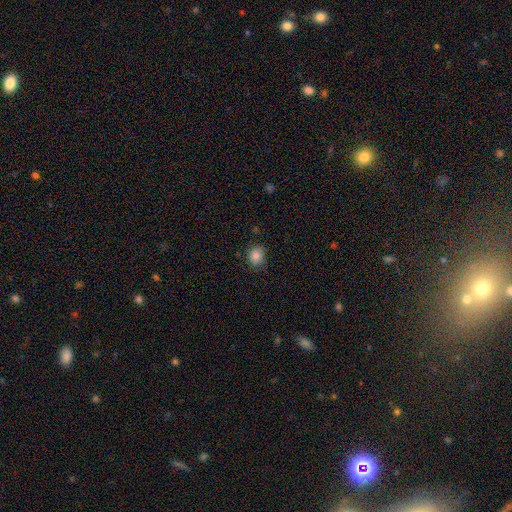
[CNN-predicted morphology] Smooth or featured?
  - smooth: 83% *
  - star or artifact: 11%
  - featured or disk: 6%
How rounded?
  - round: 74% *
  - in between: 25%
  - cigar-shaped: 1%
Merging?
  - none: 83% *
  - minor disturbance: 13%
  - major disturbance: 3%
  - merger: 1%